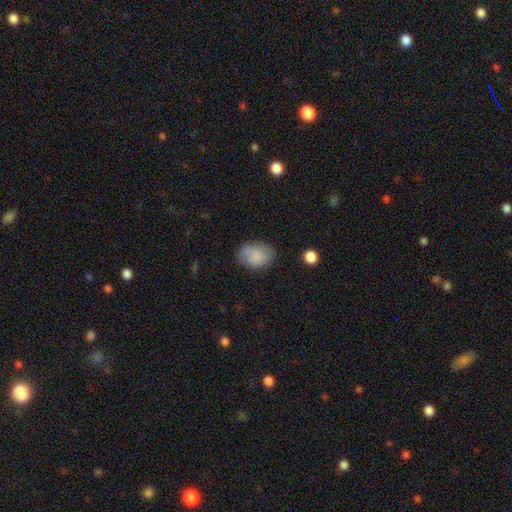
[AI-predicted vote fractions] Morphology: type=smooth (81%); roundness=in between (69%); merging=none (67%).